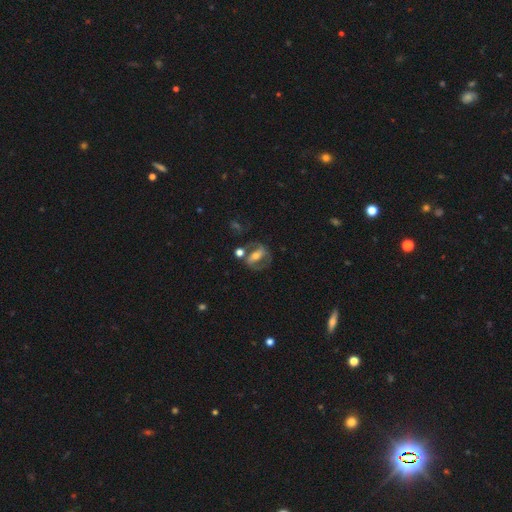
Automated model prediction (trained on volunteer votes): featured or disk 65%, smooth 26%, star or artifact 8%. Down the decision tree: edge-on disk — no (90%); bar — strong (52%); spiral arms — yes (56%); bulge size — moderate (58%); merging — none (55%).